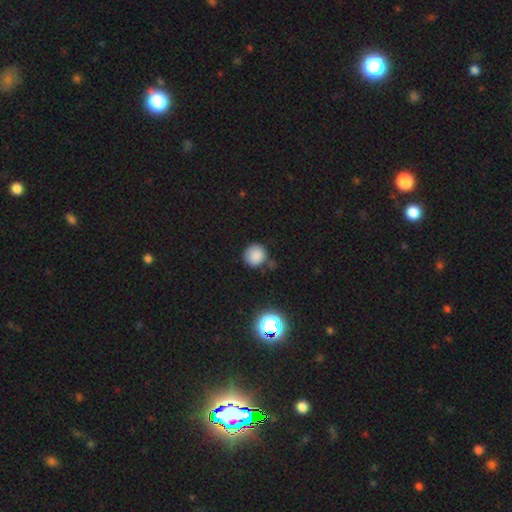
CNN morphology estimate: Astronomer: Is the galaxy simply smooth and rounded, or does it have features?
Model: smooth — 84%.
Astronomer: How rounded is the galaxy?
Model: round — 91%.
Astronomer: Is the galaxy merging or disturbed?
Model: none — 75%.